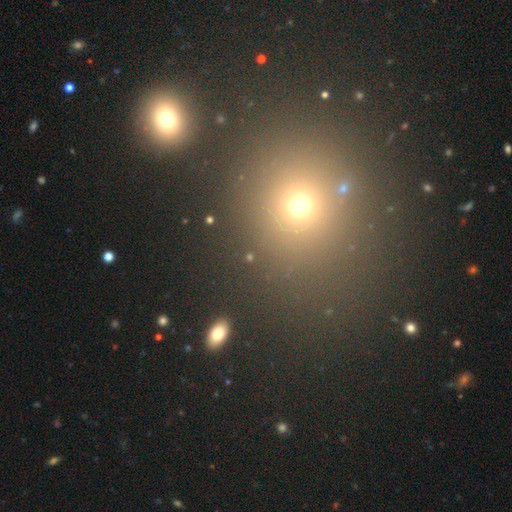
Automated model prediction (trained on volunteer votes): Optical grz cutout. It shows a smooth galaxy with no disk features (54%) that is round (77%). Merging: none (81%).